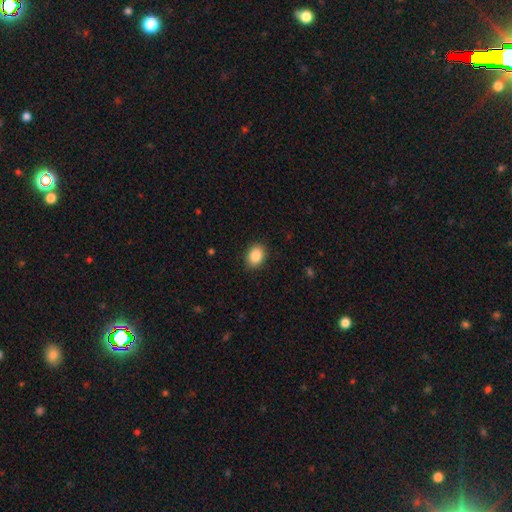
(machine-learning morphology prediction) Q: Smooth or featured?
A: smooth (88%); runner-up: star or artifact (8%)
Q: How rounded?
A: in between (69%); runner-up: round (30%)
Q: Merging?
A: none (88%); runner-up: minor disturbance (9%)